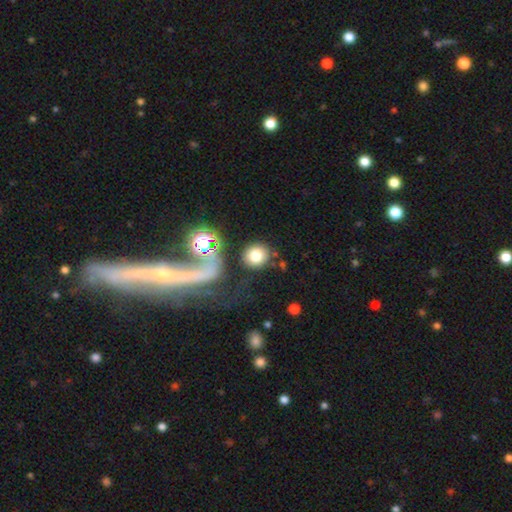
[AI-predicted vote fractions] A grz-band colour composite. It shows a smooth galaxy with no disk features (74%) that is round (88%). Merging: none (72%).